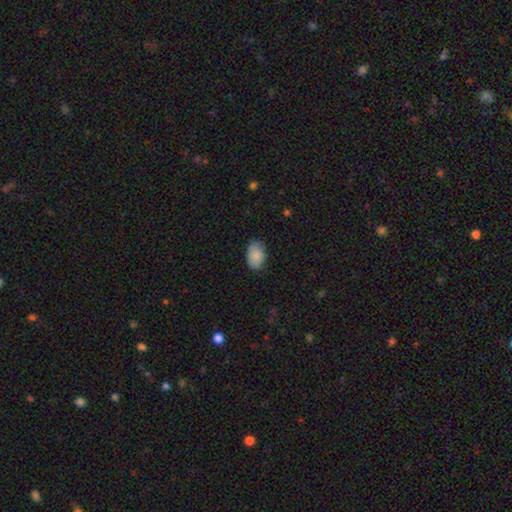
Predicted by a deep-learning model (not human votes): Overall: smooth (86%). How rounded: in between (89%). Merging: none (76%).